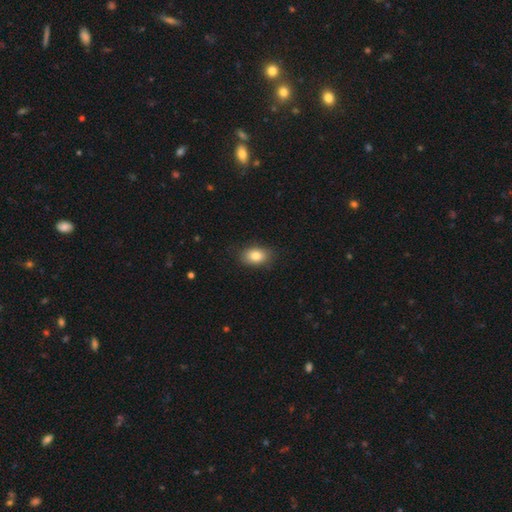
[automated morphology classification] Smooth or featured?
  - smooth: 83% *
  - featured or disk: 9%
  - star or artifact: 8%
How rounded?
  - in between: 81% *
  - round: 18%
  - cigar-shaped: 1%
Merging?
  - none: 84% *
  - minor disturbance: 12%
  - major disturbance: 3%
  - merger: 1%